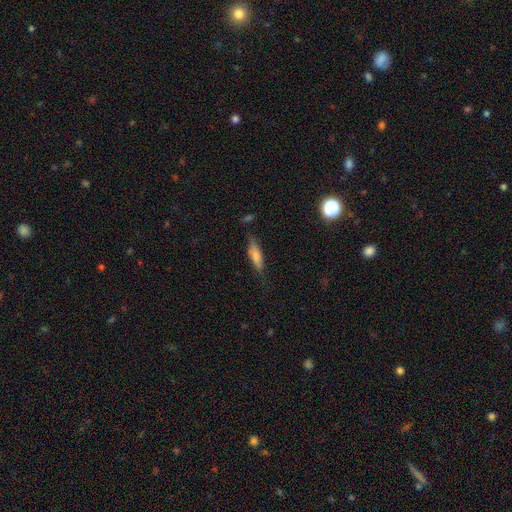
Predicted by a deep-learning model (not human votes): Smooth or featured?
  - smooth: 72% *
  - featured or disk: 21%
  - star or artifact: 7%
How rounded?
  - cigar-shaped: 59% *
  - in between: 39%
  - round: 2%
Merging?
  - none: 68% *
  - minor disturbance: 23%
  - major disturbance: 6%
  - merger: 2%